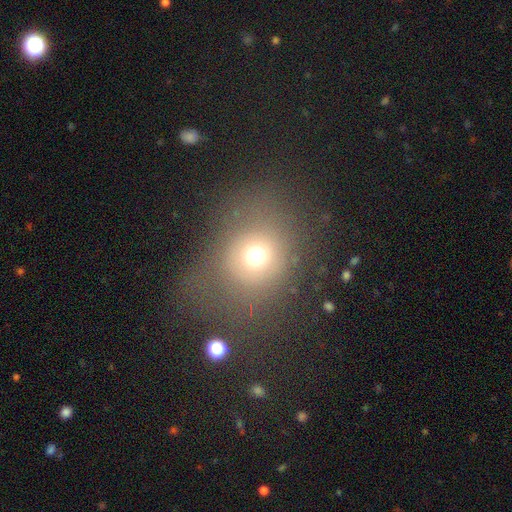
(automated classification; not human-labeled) Overall: smooth (68%). How rounded: round (73%). Merging: none (66%).